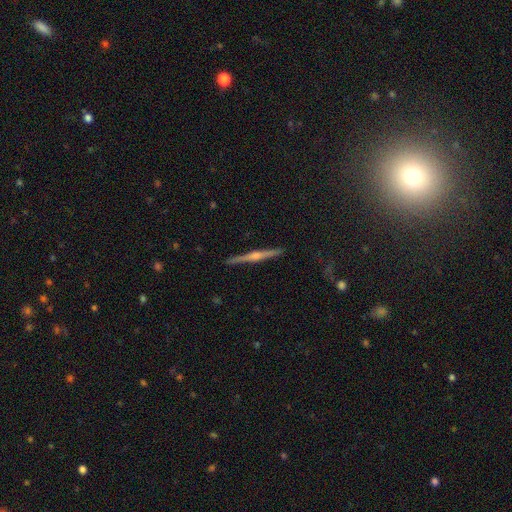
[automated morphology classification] The model was most divided on "smooth or featured": featured or disk: 76%, smooth: 14%, star or artifact: 10%. More confident: edge-on disk — yes (97%); merging — none (90%); edge-on bulge — rounded (83%).